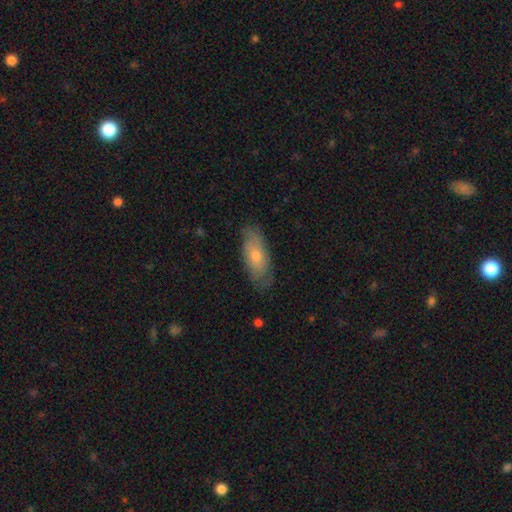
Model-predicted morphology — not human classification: Q: Smooth or featured?
A: smooth (63%); runner-up: featured or disk (30%)
Q: How rounded?
A: in between (80%); runner-up: cigar-shaped (17%)
Q: Merging?
A: none (77%); runner-up: minor disturbance (18%)